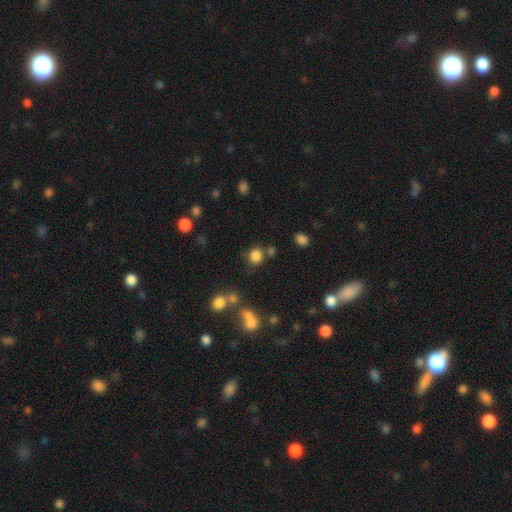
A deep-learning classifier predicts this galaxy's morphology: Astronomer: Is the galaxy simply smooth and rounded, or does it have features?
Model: smooth — 82%.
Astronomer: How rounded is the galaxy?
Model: round — 84%.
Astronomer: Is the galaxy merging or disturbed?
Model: none — 74%.